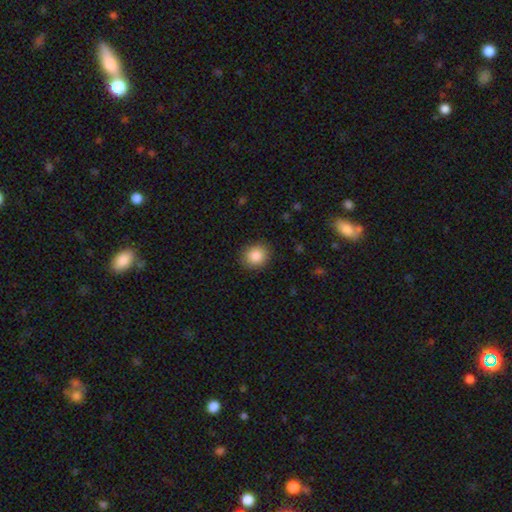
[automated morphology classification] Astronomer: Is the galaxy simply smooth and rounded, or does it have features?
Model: smooth — 86%.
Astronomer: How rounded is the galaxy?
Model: round — 78%.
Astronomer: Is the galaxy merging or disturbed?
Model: none — 89%.